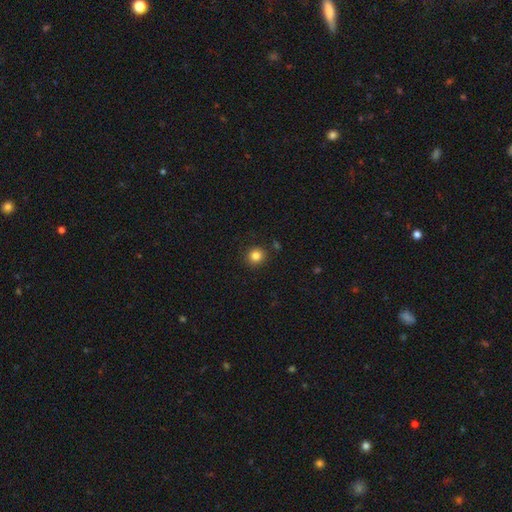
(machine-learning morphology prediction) This appears to be a smooth galaxy with no disk features (84%) that is round (89%). Merging: none (89%).